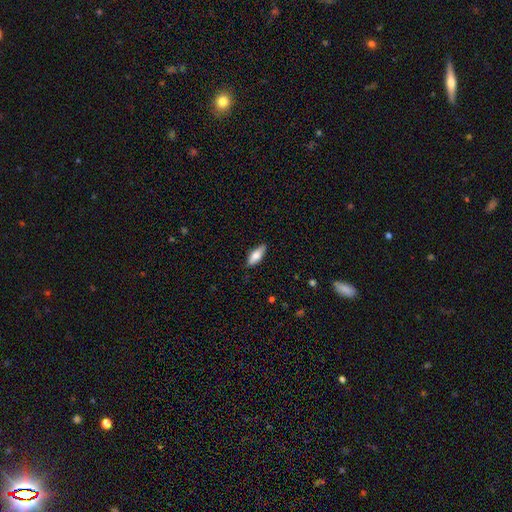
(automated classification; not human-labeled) Smooth or featured? Predicted: smooth (p=0.73). How rounded? Predicted: in between (p=0.70). Merging? Predicted: none (p=0.86).